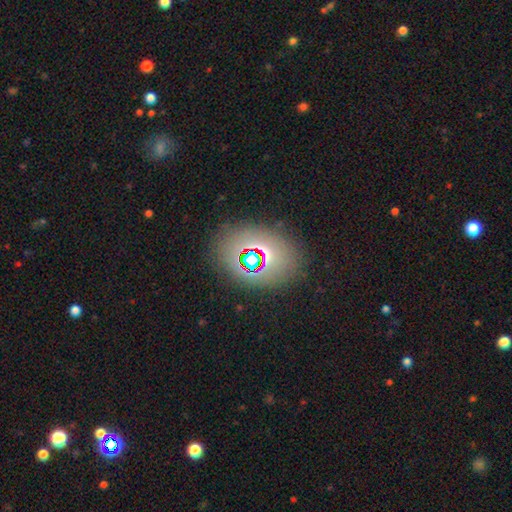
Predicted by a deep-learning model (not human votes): The model was most divided on "smooth or featured": star or artifact: 43%, smooth: 38%, featured or disk: 19%.